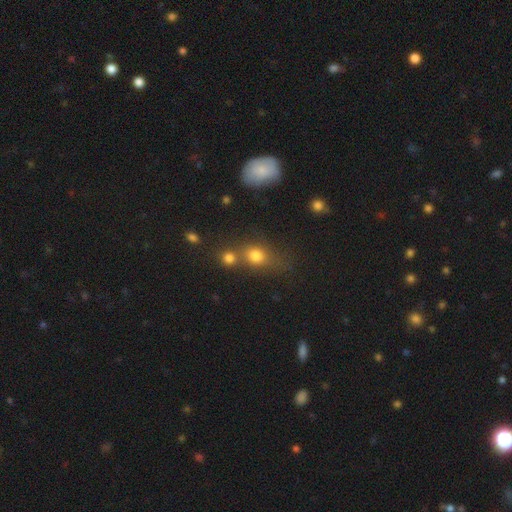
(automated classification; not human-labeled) This appears to be a smooth galaxy with no disk features (75%) that is round (55%). Merging: none (46%).